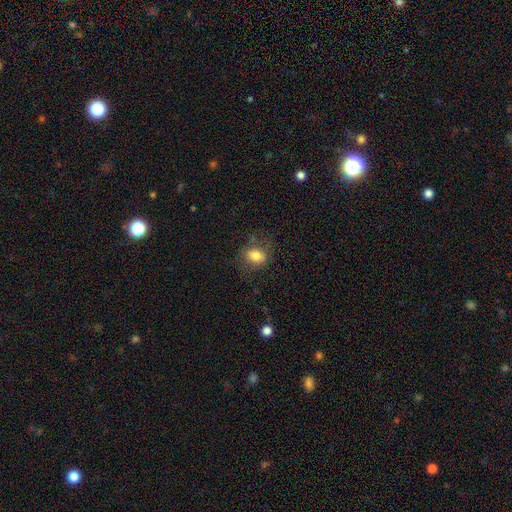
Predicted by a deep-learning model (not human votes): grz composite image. It shows a smooth galaxy with no disk features (79%) that is in between round and cigar-shaped (59%). Merging: none (69%).